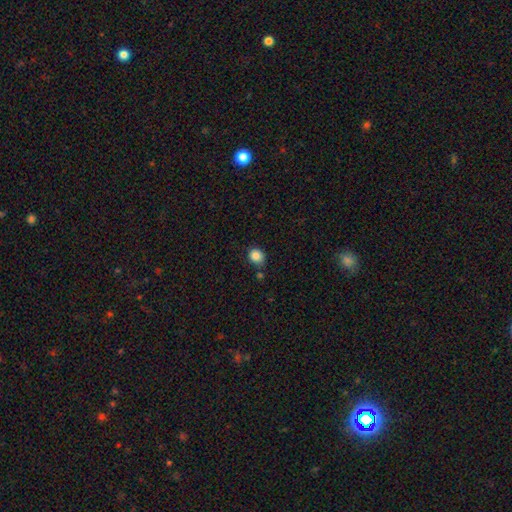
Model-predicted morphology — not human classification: type=smooth (86%); roundness=round (77%); merging=none (75%).